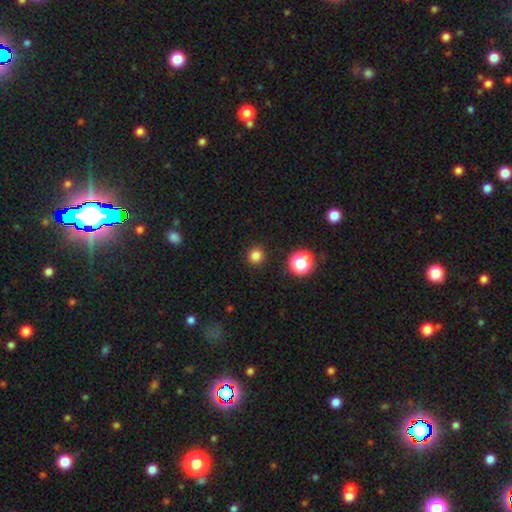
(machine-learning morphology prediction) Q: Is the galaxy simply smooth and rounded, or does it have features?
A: smooth — 81%.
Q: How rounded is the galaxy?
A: round — 94%.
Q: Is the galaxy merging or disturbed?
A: none — 92%.